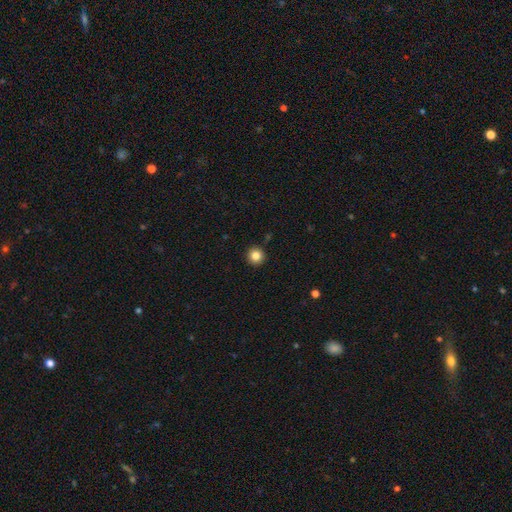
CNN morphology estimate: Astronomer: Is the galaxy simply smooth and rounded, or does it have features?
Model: smooth — 84%.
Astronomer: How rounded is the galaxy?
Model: round — 95%.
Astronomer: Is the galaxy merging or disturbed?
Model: none — 92%.